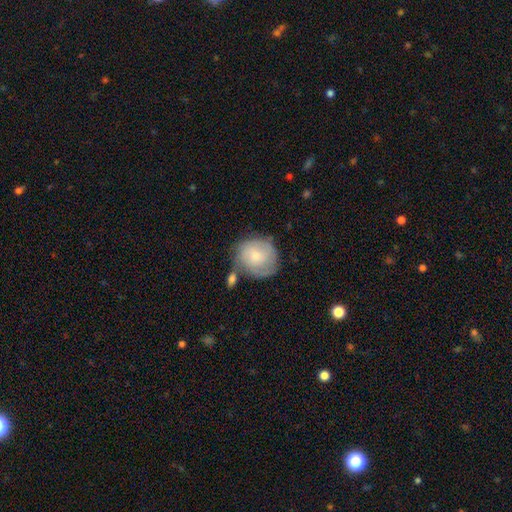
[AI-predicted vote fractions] smooth_or_featured: smooth (p=0.48) [alt: featured or disk p=0.46]
merging: none (p=0.53) [alt: minor disturbance p=0.24]